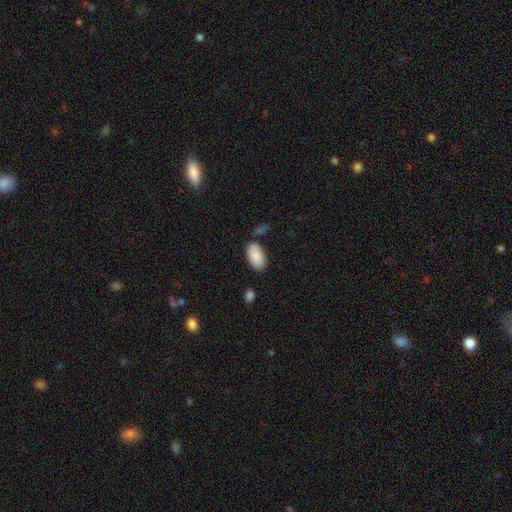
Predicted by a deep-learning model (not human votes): Overall: smooth (88%). How rounded: in between (95%). Merging: none (74%).